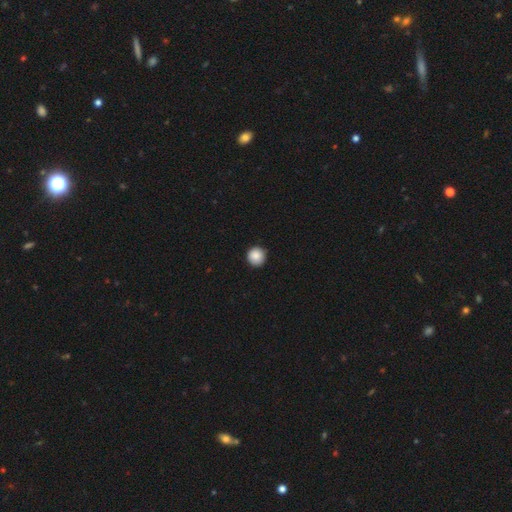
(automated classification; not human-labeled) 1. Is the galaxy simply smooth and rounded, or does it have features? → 87% smooth, 8% star or artifact, 4% featured or disk.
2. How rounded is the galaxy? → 95% round, 4% in between, 1% cigar-shaped.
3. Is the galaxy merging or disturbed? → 90% none, 8% minor disturbance, 2% major disturbance, 1% merger.